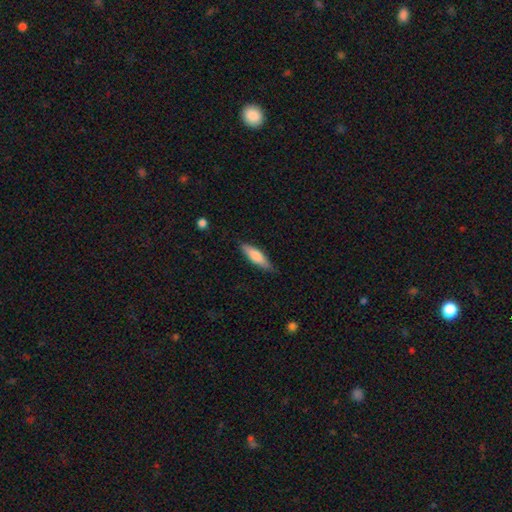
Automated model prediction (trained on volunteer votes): smooth 72%, featured or disk 22%, star or artifact 5%. Down the decision tree: how rounded — cigar-shaped (60%); merging — none (81%).